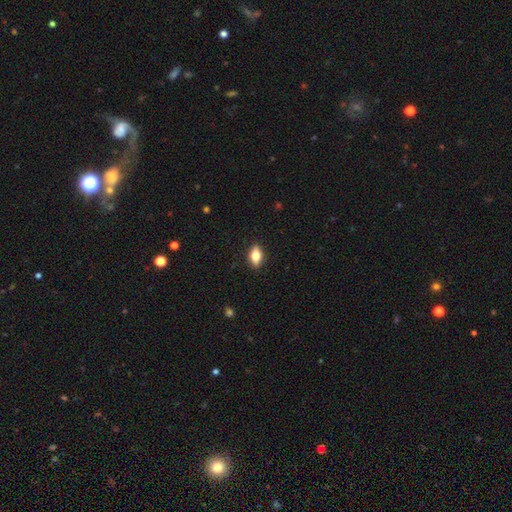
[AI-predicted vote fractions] smooth_or_featured: smooth (p=0.71) [alt: featured or disk p=0.22]
how_rounded: in between (p=0.83) [alt: cigar-shaped p=0.11]
merging: none (p=0.89) [alt: minor disturbance p=0.09]